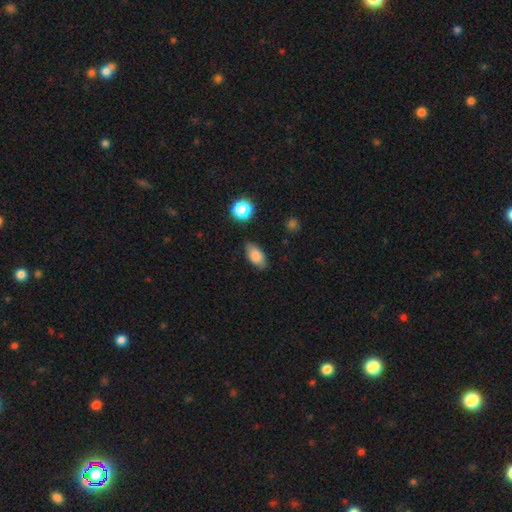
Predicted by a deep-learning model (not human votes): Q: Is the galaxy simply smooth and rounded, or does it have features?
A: smooth — 83%.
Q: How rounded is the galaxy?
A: in between — 90%.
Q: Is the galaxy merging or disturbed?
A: none — 79%.